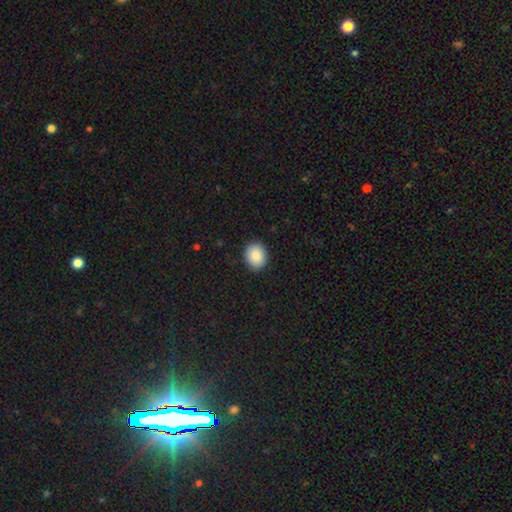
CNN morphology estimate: Overall: smooth (87%). How rounded: round (63%; in between 36%). Merging: none (91%).